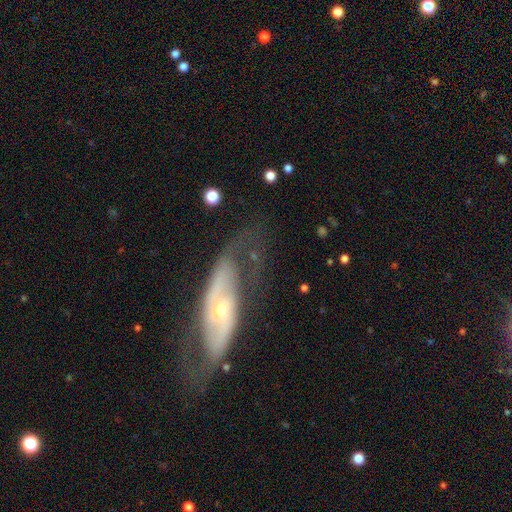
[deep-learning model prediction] Smooth or featured? Predicted: featured or disk (p=0.75). Edge-on disk? Predicted: no (p=0.81). Bar? Predicted: no (p=0.63). Spiral arms? Predicted: yes (p=0.69). Bulge size? Predicted: small (p=0.60). Merging? Predicted: none (p=0.61).